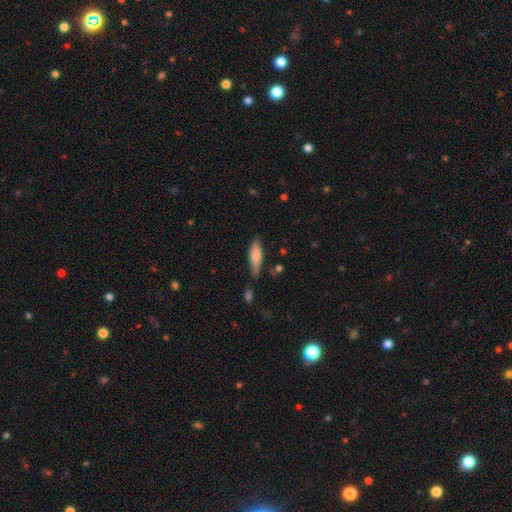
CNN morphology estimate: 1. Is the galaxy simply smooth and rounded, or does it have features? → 80% smooth, 13% featured or disk, 7% star or artifact.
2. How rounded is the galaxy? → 57% in between, 41% cigar-shaped, 2% round.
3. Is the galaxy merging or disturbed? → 55% none, 31% minor disturbance, 8% major disturbance, 5% merger.